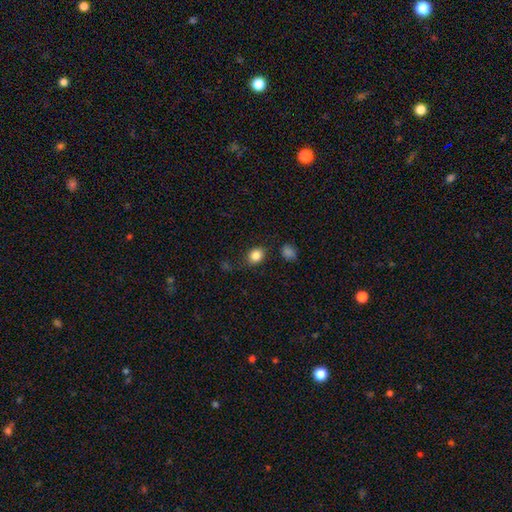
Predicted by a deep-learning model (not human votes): Smooth or featured? smooth (84%)
How rounded? round (51%)
Merging? none (78%)